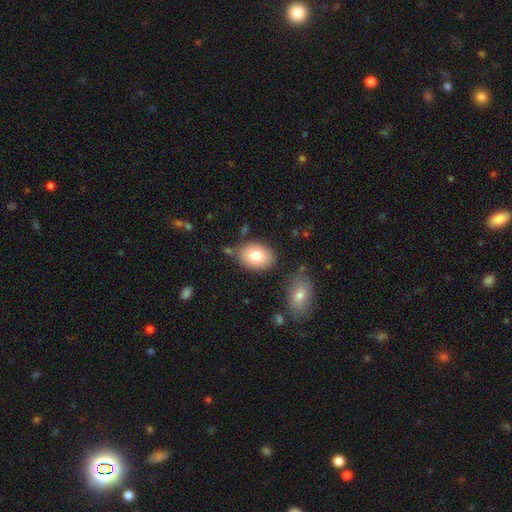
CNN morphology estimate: Smooth or featured? smooth (78%)
How rounded? in between (70%)
Merging? none (78%)